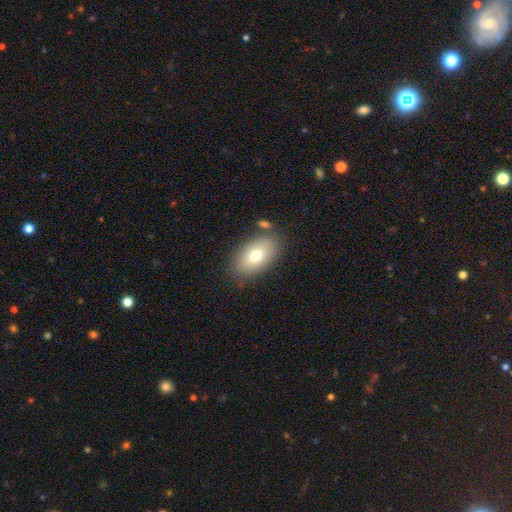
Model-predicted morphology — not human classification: Smooth or featured? smooth (74%)
How rounded? in between (91%)
Merging? none (80%)